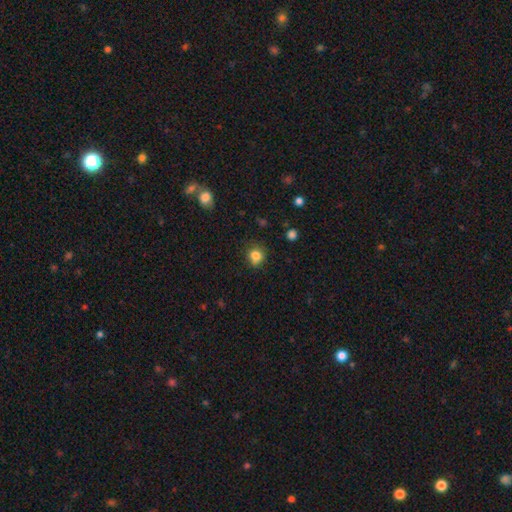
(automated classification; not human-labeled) A smooth galaxy with no disk features (82%) that is round (82%).

Vote fractions:
- Smooth or featured? smooth: 82% / star or artifact: 12% / featured or disk: 6%
- How rounded? round: 82% / in between: 17% / cigar-shaped: 1%
- Merging? none: 74% / minor disturbance: 18% / major disturbance: 4% / merger: 4%